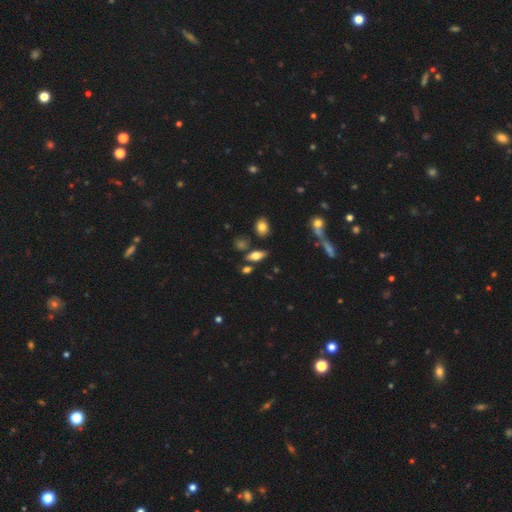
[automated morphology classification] This appears to be a smooth galaxy with no disk features (59%) that is in between round and cigar-shaped (75%). Merging: none (74%).